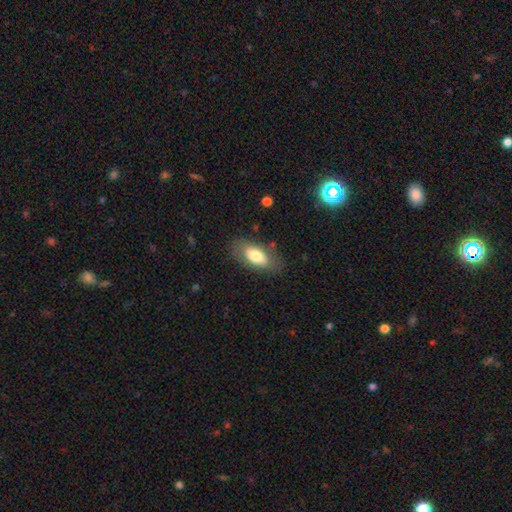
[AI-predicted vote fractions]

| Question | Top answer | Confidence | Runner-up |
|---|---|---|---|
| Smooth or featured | smooth | 72% | featured or disk (21%) |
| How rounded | in between | 88% | cigar-shaped (8%) |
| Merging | none | 79% | minor disturbance (14%) |